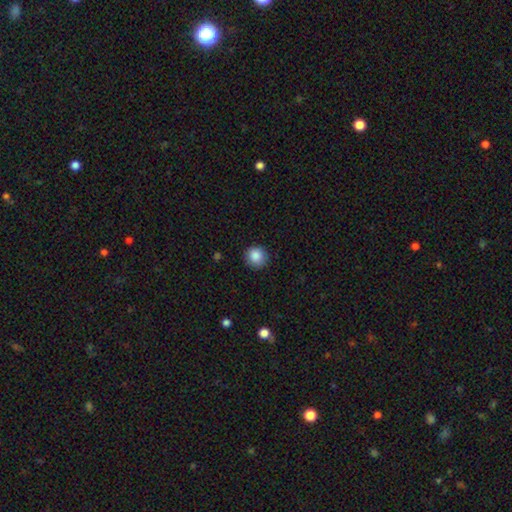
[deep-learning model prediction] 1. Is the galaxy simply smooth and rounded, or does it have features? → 87% smooth, 9% star or artifact, 4% featured or disk.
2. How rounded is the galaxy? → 93% round, 6% in between, 1% cigar-shaped.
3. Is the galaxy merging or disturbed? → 89% none, 8% minor disturbance, 2% major disturbance, 1% merger.